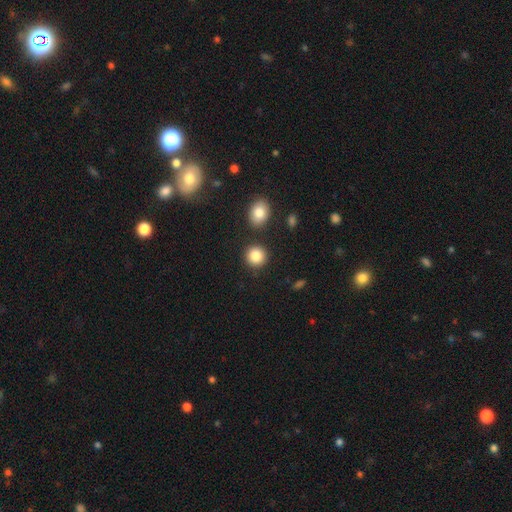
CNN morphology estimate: Overall: smooth (86%). How rounded: round (89%). Merging: none (85%).